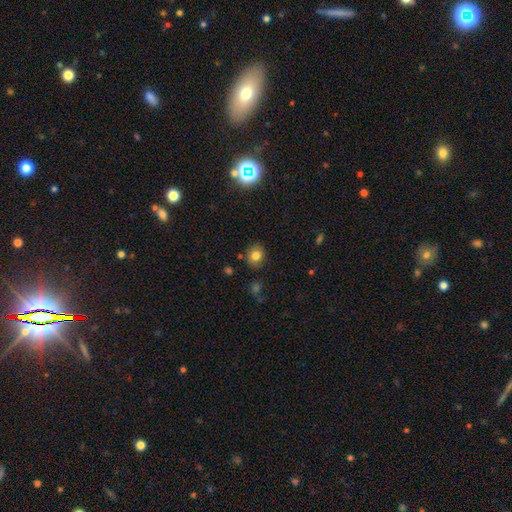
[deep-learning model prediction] smooth 79%, star or artifact 12%, featured or disk 9%. Down the decision tree: how rounded — round (70%); merging — none (83%).